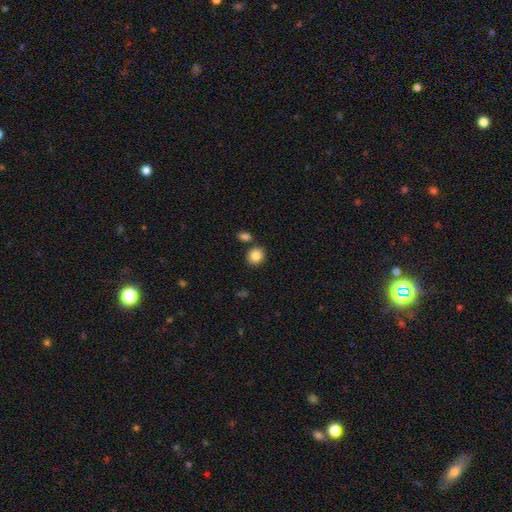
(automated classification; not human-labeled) Overall: smooth (85%). How rounded: round (74%). Merging: none (79%).